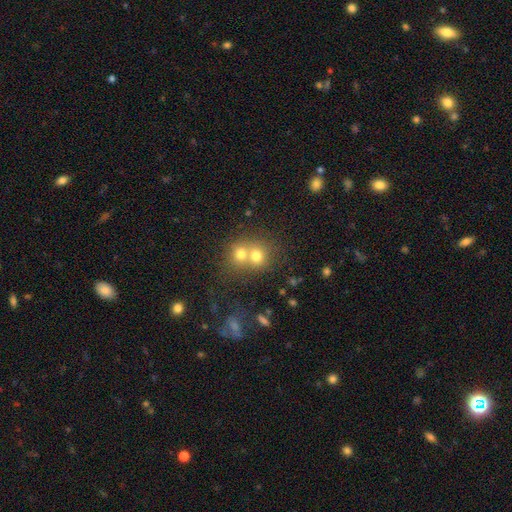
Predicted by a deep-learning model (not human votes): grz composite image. It shows a smooth galaxy with no disk features (70%) that is round (78%). Merging: merger (61%).